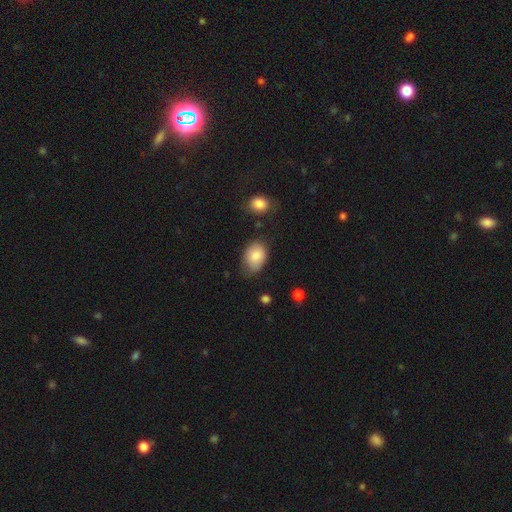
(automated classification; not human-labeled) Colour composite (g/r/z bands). It shows a smooth galaxy with no disk features (83%) that is in between round and cigar-shaped (78%). Merging: none (61%).